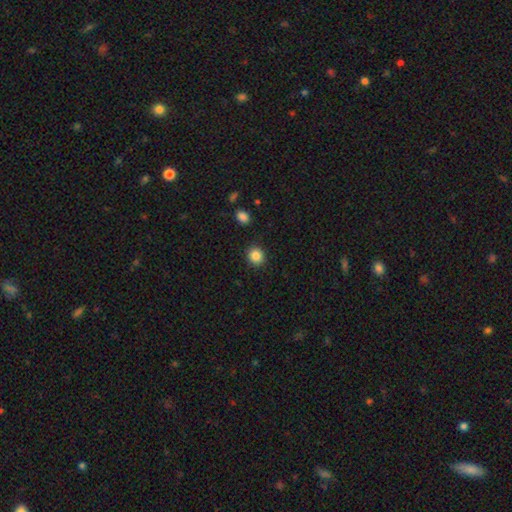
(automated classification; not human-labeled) Smooth or featured? Predicted: smooth (p=0.87). How rounded? Predicted: round (p=0.85). Merging? Predicted: none (p=0.90).